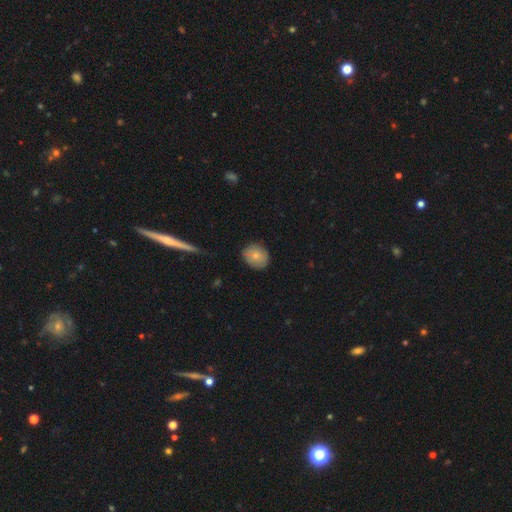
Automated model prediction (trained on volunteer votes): smooth 74%, featured or disk 19%, star or artifact 8%. Down the decision tree: how rounded — round (67%); merging — none (79%).